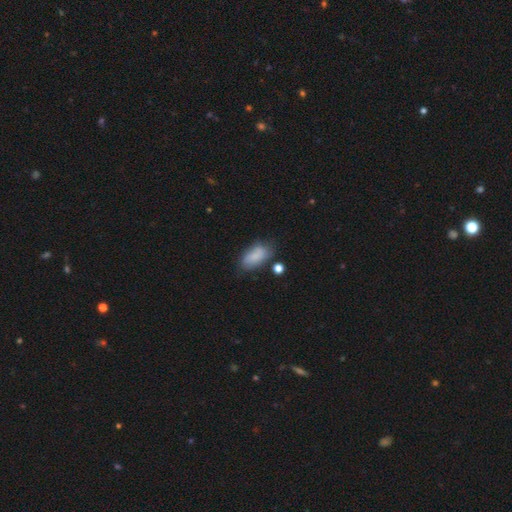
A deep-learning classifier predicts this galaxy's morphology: Smooth or featured?
  - smooth: 81% *
  - featured or disk: 11%
  - star or artifact: 8%
How rounded?
  - in between: 91% *
  - cigar-shaped: 5%
  - round: 4%
Merging?
  - none: 61% *
  - minor disturbance: 25%
  - major disturbance: 8%
  - merger: 6%